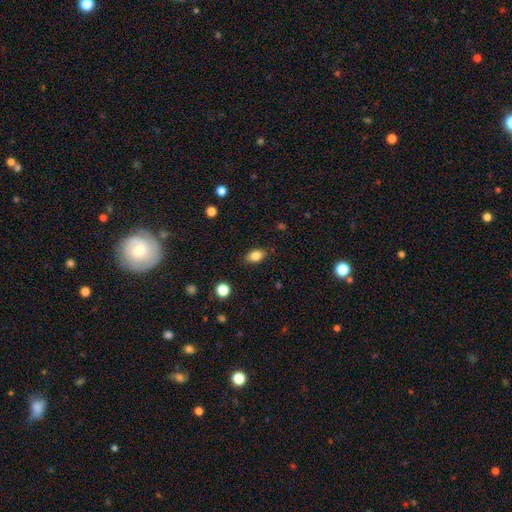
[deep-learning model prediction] Smooth or featured: smooth — 83% (star or artifact — 9%)
How rounded: in between — 85% (round — 13%)
Merging: none — 85% (minor disturbance — 11%)